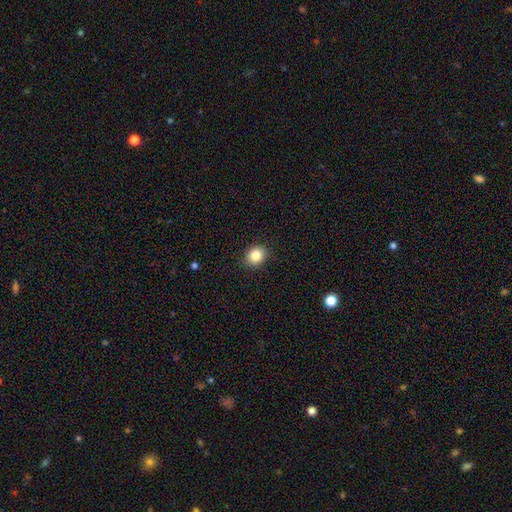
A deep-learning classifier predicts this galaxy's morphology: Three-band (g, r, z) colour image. It shows a smooth galaxy with no disk features (84%) that is round (65%). Merging: none (90%).